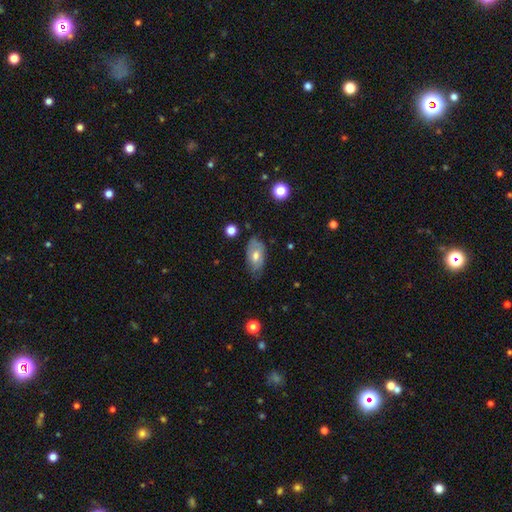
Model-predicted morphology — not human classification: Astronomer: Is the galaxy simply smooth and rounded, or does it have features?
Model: smooth — 57% (runner-up: featured or disk, 35%).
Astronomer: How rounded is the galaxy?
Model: in between — 92%.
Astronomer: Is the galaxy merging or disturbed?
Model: none — 62%.